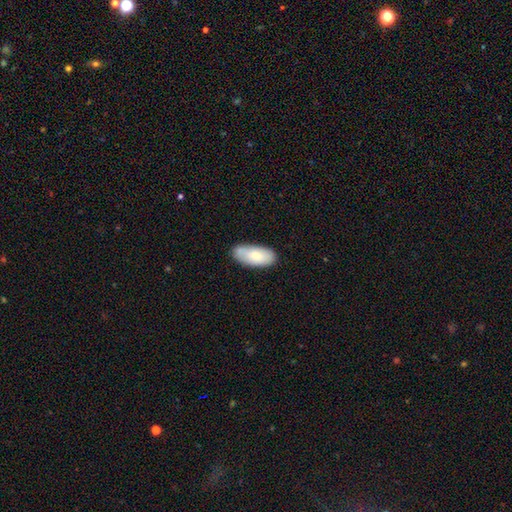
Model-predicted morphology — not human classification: Overall: smooth (79%). How rounded: in between (90%). Merging: none (75%).